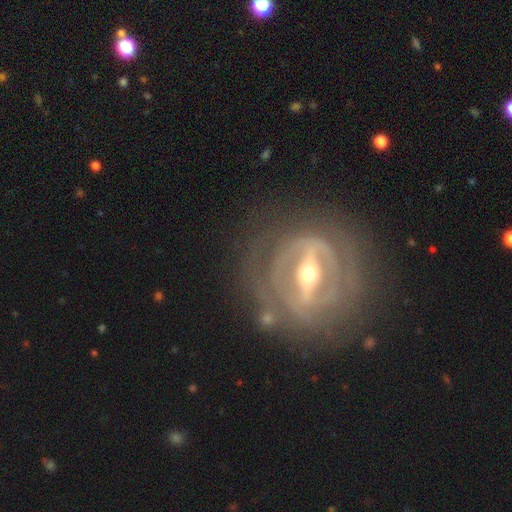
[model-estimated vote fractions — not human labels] Smooth or featured? featured or disk (88%)
Edge-on disk? no (77%)
Bar? strong (80%)
Spiral arms? yes (68%)
Bulge size? moderate (61%)
Merging? none (81%)